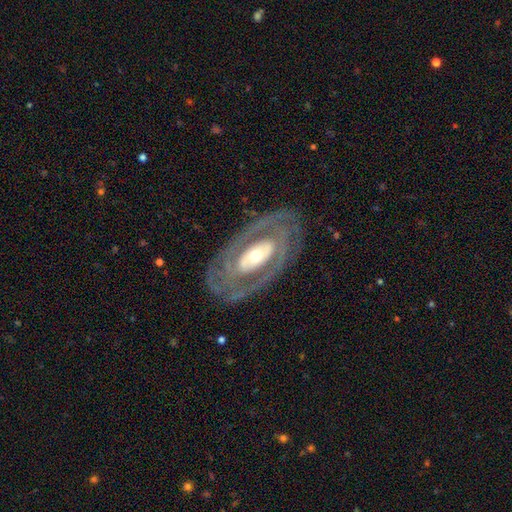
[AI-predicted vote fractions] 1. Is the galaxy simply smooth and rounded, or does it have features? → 84% featured or disk, 12% smooth, 5% star or artifact.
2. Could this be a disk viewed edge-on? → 93% no, 7% yes.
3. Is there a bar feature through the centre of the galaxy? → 56% no, 23% weak, 21% strong.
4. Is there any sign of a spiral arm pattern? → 73% yes, 27% no.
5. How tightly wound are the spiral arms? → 65% tight, 26% medium, 9% loose.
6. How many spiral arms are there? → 55% 2, 27% can't tell, 7% 3, 5% 1, 3% 4, 3% more than 4.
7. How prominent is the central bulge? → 50% moderate, 36% small, 11% large, 2% dominant, 1% none.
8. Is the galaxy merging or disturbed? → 80% none, 12% minor disturbance, 7% major disturbance, 1% merger.